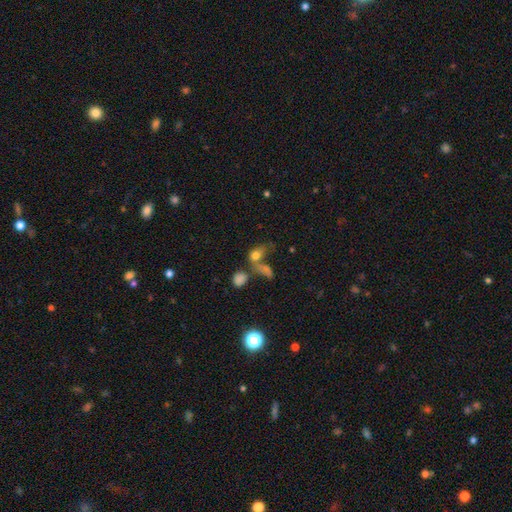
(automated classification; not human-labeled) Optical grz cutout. It shows a smooth galaxy with no disk features (69%) that is in between round and cigar-shaped (65%). Merging: merger (45%).